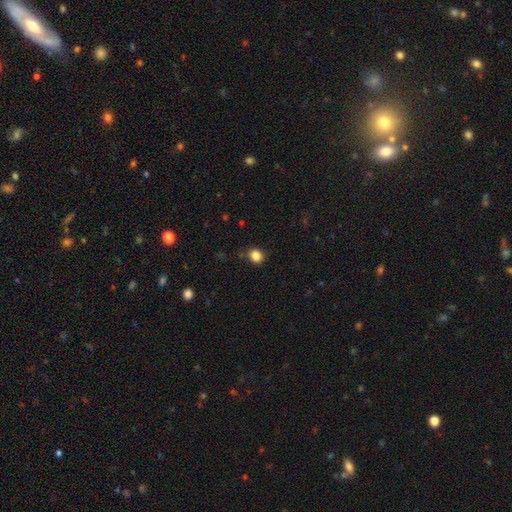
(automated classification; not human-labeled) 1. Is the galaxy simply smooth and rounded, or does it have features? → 85% smooth, 11% star or artifact, 4% featured or disk.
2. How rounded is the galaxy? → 73% round, 26% in between, 1% cigar-shaped.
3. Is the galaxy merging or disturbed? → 83% none, 12% minor disturbance, 3% major disturbance, 2% merger.